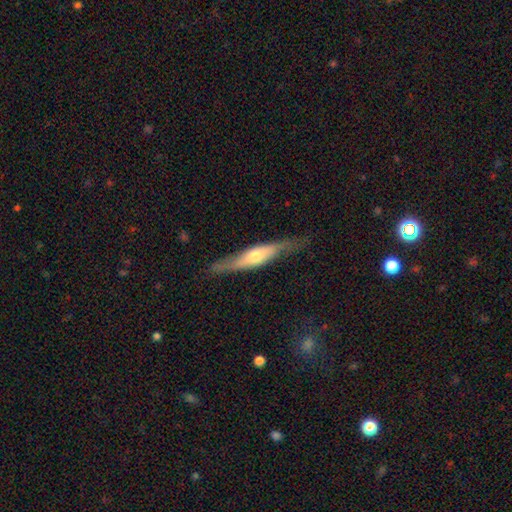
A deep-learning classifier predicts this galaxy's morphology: This appears to be a featured or disk galaxy (59%) viewed edge-on (83%). Merging: none (77%).